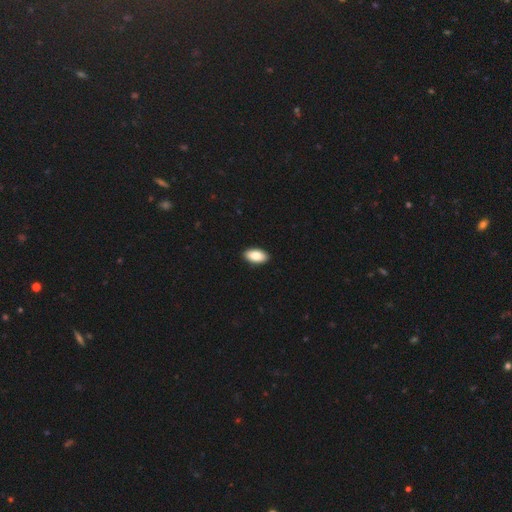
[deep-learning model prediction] A smooth galaxy with no disk features (86%) that is in between round and cigar-shaped (95%).

Vote fractions:
- Smooth or featured? smooth: 86% / featured or disk: 8% / star or artifact: 6%
- How rounded? in between: 95% / round: 3% / cigar-shaped: 2%
- Merging? none: 92% / minor disturbance: 6% / major disturbance: 1% / merger: 1%